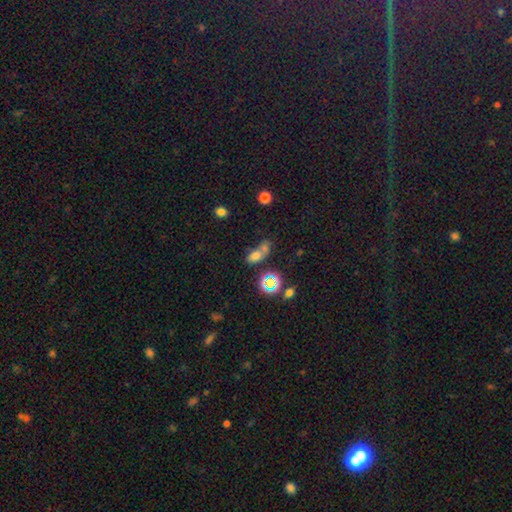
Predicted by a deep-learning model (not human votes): Smooth or featured?
  - smooth: 62% *
  - star or artifact: 24%
  - featured or disk: 13%
How rounded?
  - in between: 74% *
  - round: 21%
  - cigar-shaped: 5%
Merging?
  - merger: 50% *
  - none: 32%
  - minor disturbance: 11%
  - major disturbance: 8%